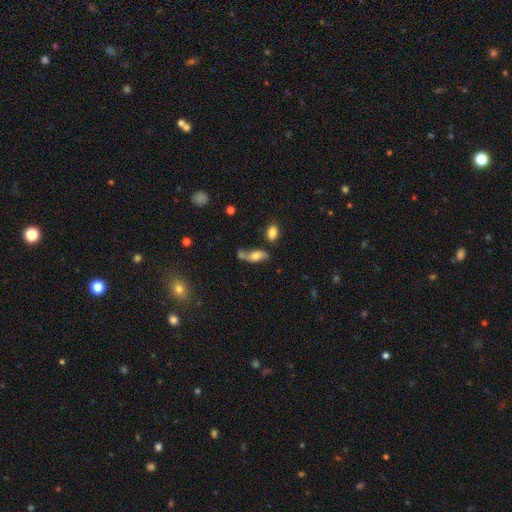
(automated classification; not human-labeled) Morphology: type=smooth (59%); roundness=in between (79%); merging=none (41%).